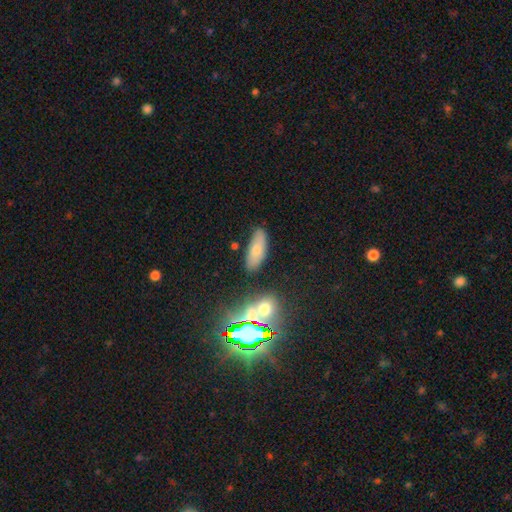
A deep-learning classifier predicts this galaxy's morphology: smooth-or-featured: star or artifact: 45% | smooth: 35% | featured or disk: 20%